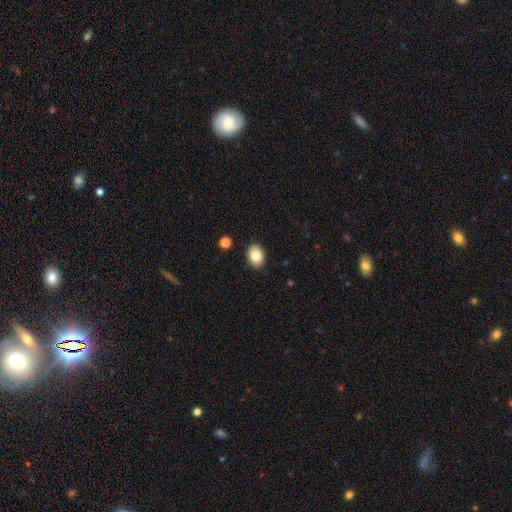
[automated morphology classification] Smooth or featured?
  - smooth: 84% *
  - featured or disk: 8%
  - star or artifact: 8%
How rounded?
  - in between: 73% *
  - round: 26%
  - cigar-shaped: 1%
Merging?
  - none: 89% *
  - minor disturbance: 8%
  - major disturbance: 2%
  - merger: 2%